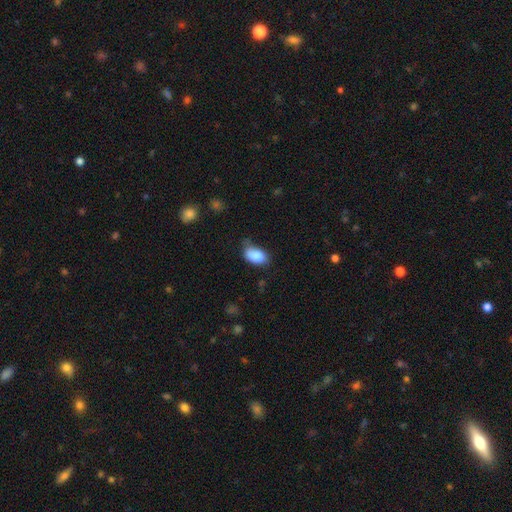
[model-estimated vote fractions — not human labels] Smooth or featured? smooth (87%)
How rounded? in between (92%)
Merging? none (54%)